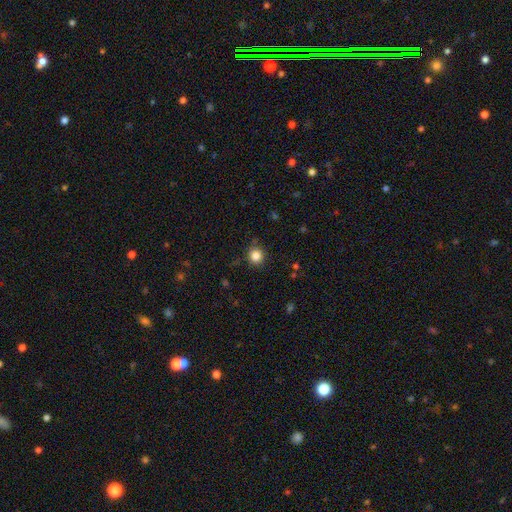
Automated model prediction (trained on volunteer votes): Smooth or featured?
  - smooth: 84% *
  - star or artifact: 11%
  - featured or disk: 5%
How rounded?
  - round: 90% *
  - in between: 9%
  - cigar-shaped: 1%
Merging?
  - none: 87% *
  - minor disturbance: 9%
  - major disturbance: 2%
  - merger: 2%